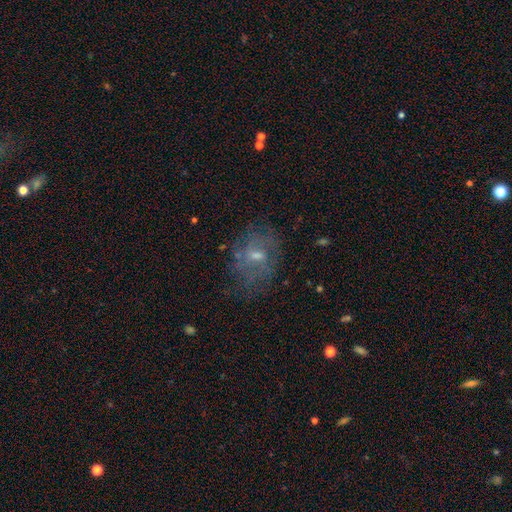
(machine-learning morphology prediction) Smooth or featured? featured or disk (54%)
Edge-on disk? no (96%)
Bar? no (48%)
Spiral arms? no (54%)
Bulge size? moderate (50%)
Merging? none (57%)